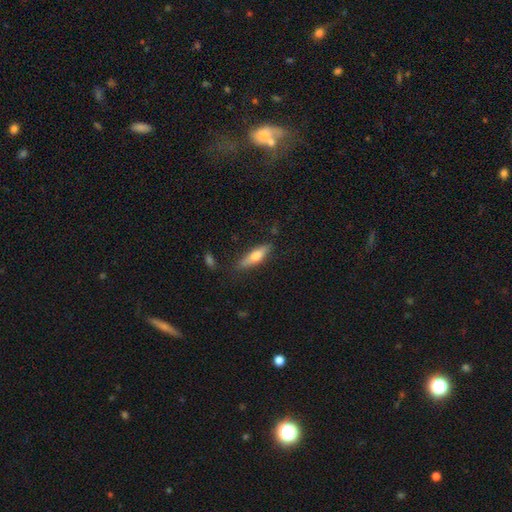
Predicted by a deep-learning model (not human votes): This is likely a smooth galaxy (64%). How rounded: possibly cigar-shaped (58%). Merging: likely none (78%).